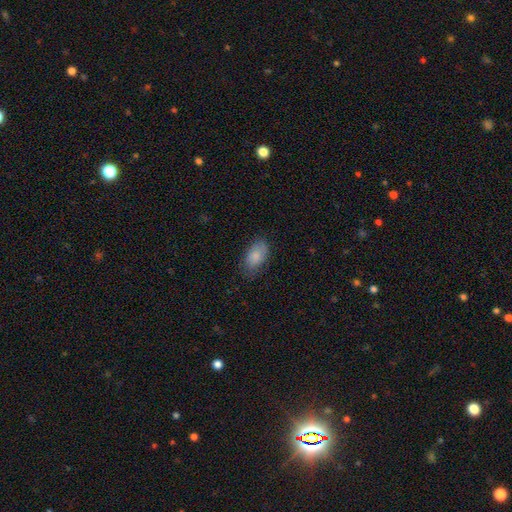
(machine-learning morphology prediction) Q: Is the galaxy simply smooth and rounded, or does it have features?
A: smooth — 83%.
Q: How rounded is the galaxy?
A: in between — 93%.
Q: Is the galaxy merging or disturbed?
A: none — 73%.